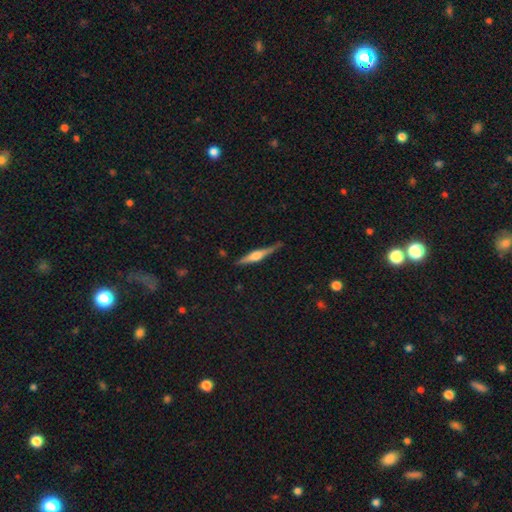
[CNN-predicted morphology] Overall: featured or disk (73%). Edge-on disk: yes (98%). Edge-on bulge: rounded (84%). Merging: none (83%).